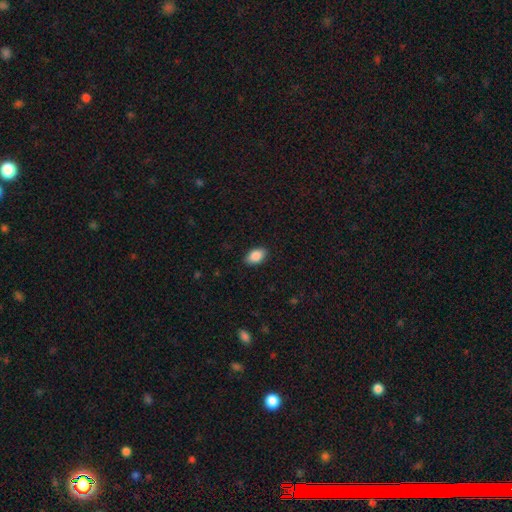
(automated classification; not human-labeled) Smooth or featured?
  - smooth: 88% *
  - star or artifact: 7%
  - featured or disk: 4%
How rounded?
  - in between: 92% *
  - round: 6%
  - cigar-shaped: 2%
Merging?
  - none: 88% *
  - minor disturbance: 9%
  - major disturbance: 2%
  - merger: 1%